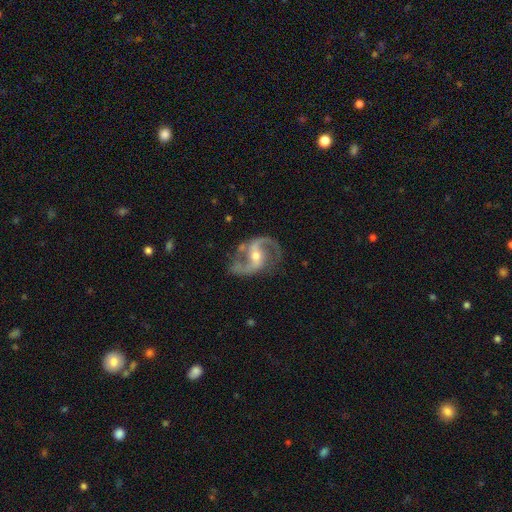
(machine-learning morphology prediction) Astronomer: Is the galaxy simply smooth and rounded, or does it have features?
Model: featured or disk — 92%.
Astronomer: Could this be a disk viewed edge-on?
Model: no — 98%.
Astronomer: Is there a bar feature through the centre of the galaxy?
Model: weak — 39% (runner-up: strong, 32%).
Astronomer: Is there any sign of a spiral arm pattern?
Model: yes — 97%.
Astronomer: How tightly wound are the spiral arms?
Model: medium — 48% (runner-up: loose, 43%).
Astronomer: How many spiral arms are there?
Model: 2 — 94%.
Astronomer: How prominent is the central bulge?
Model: moderate — 56% (runner-up: small, 40%).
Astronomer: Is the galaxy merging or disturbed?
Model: none — 78%.